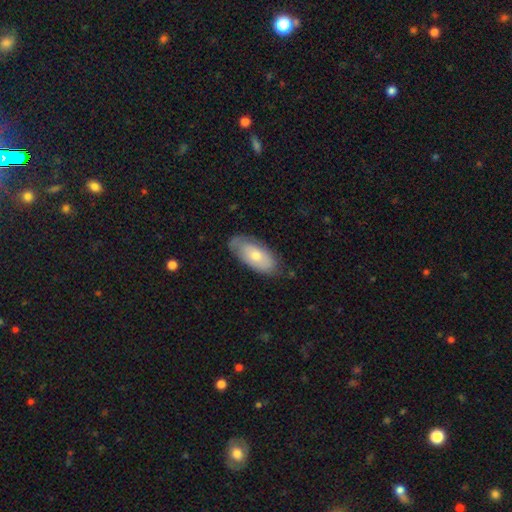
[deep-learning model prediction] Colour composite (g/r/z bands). It shows a smooth galaxy with no disk features (59%) that is in between round and cigar-shaped (90%). Merging: none (74%).